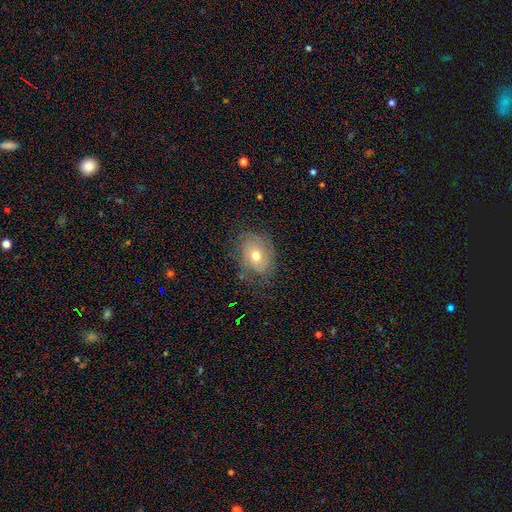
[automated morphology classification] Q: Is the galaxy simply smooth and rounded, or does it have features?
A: featured or disk — 56%.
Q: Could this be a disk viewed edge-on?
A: no — 95%.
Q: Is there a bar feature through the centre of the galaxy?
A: no — 83%.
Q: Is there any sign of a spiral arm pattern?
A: yes — 72%.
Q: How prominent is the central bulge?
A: moderate — 72%.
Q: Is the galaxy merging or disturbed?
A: none — 67%.